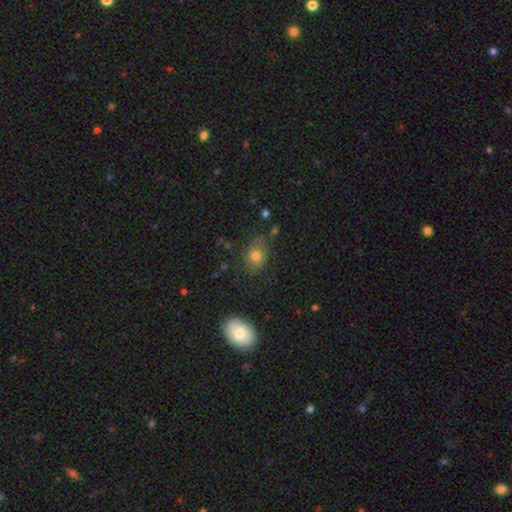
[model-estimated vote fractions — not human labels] Smooth or featured: smooth — 54% (featured or disk — 32%)
How rounded: in between — 67% (round — 32%)
Merging: none — 62% (minor disturbance — 24%)